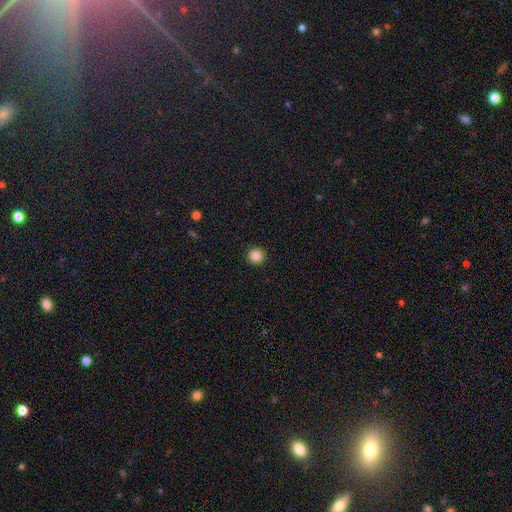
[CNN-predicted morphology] This appears to be a smooth galaxy with no disk features (86%) that is round (94%). Merging: none (93%).